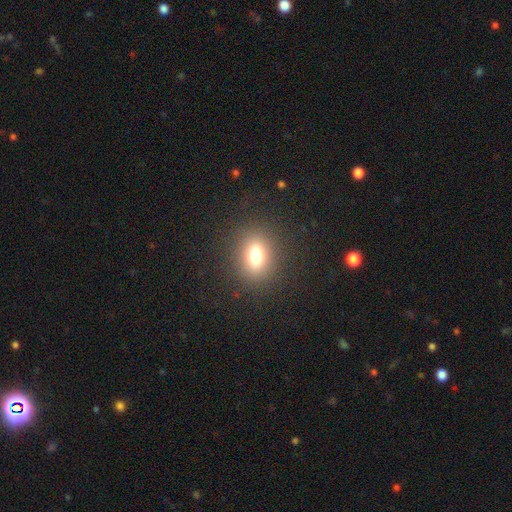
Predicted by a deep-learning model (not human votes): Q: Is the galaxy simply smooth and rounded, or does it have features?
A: smooth — 74%.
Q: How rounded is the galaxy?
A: in between — 53%.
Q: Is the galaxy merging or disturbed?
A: none — 87%.